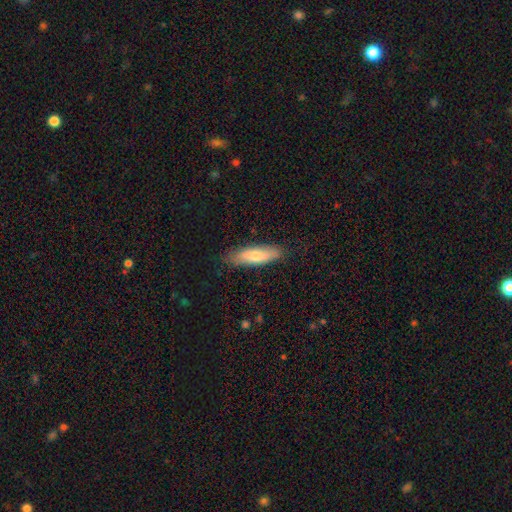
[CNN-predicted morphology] Smooth or featured?
  - smooth: 70% *
  - featured or disk: 24%
  - star or artifact: 6%
How rounded?
  - cigar-shaped: 60% *
  - in between: 38%
  - round: 2%
Merging?
  - none: 84% *
  - minor disturbance: 12%
  - major disturbance: 2%
  - merger: 1%